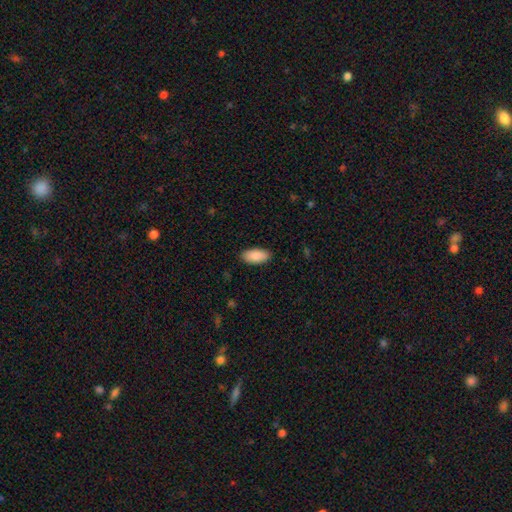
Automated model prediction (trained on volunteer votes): Q: Smooth or featured?
A: smooth (90%); runner-up: star or artifact (6%)
Q: How rounded?
A: in between (91%); runner-up: cigar-shaped (7%)
Q: Merging?
A: none (89%); runner-up: minor disturbance (8%)